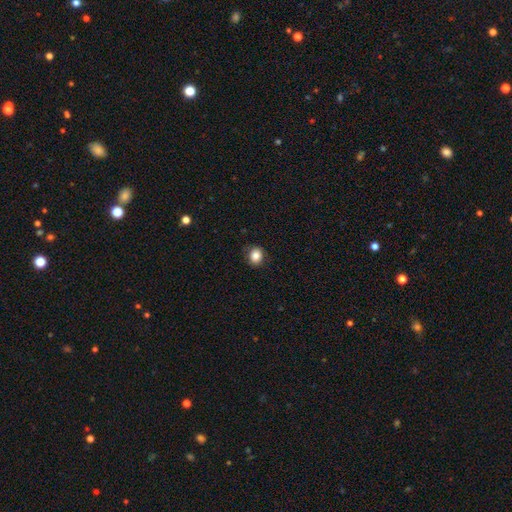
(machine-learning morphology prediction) The model was most divided on "how rounded": round: 73%, in between: 26%, cigar-shaped: 1%. More confident: merging — none (86%); smooth or featured — smooth (84%).